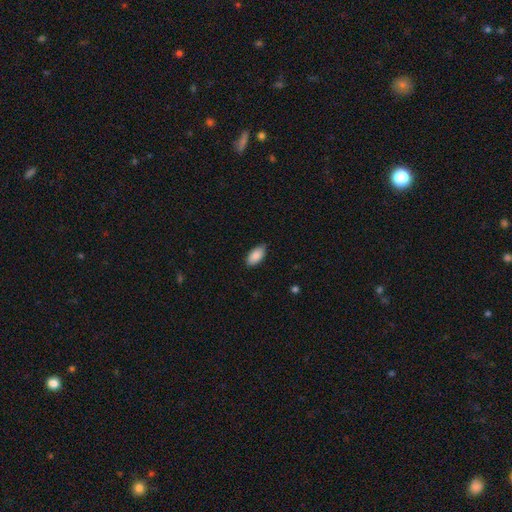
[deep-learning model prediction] This appears to be a smooth galaxy with no disk features (88%) that is in between round and cigar-shaped (94%). Merging: none (84%).